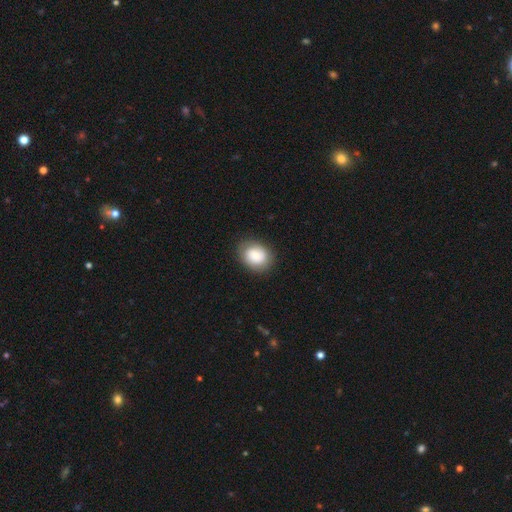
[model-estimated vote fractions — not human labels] Smooth or featured?
  - smooth: 75% *
  - featured or disk: 17%
  - star or artifact: 8%
How rounded?
  - round: 52% *
  - in between: 47%
  - cigar-shaped: 1%
Merging?
  - none: 84% *
  - minor disturbance: 11%
  - major disturbance: 3%
  - merger: 1%